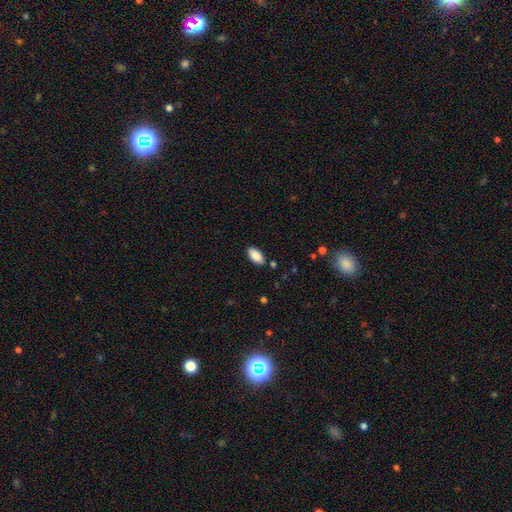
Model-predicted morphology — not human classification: A smooth galaxy with no disk features (87%) that is in between round and cigar-shaped (92%). Merging: none (86%).